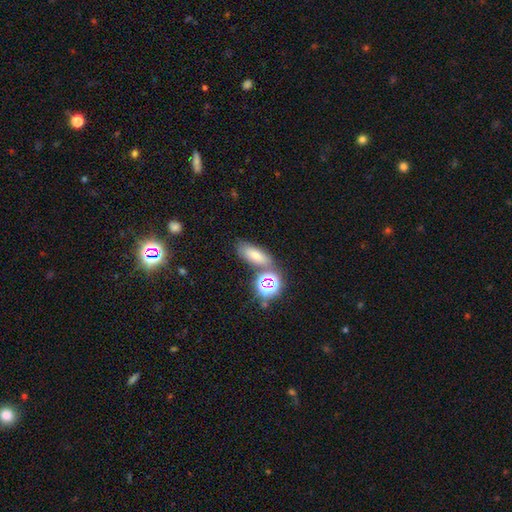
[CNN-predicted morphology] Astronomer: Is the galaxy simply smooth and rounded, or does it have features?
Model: smooth — 68%.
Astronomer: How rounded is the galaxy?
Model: in between — 69%.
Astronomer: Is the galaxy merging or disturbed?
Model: none — 66%.